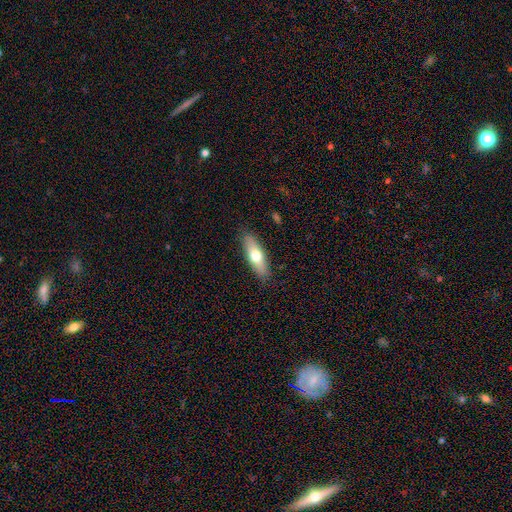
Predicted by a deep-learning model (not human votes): Morphology: type=smooth (64%); roundness=in between (49%, tied with cigar-shaped); merging=none (87%).